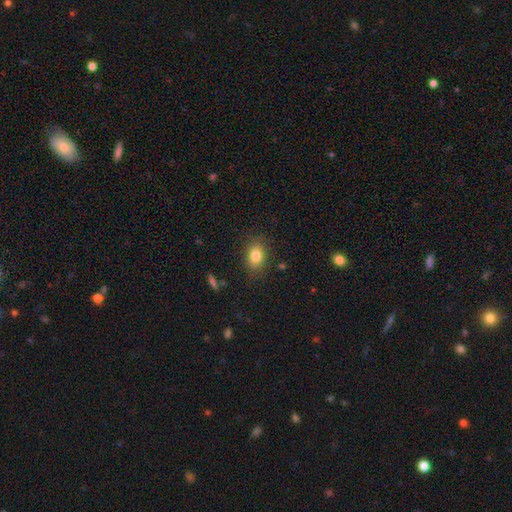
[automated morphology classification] This is clearly a smooth galaxy (82%). How rounded: likely in between (77%). Merging: clearly none (84%).